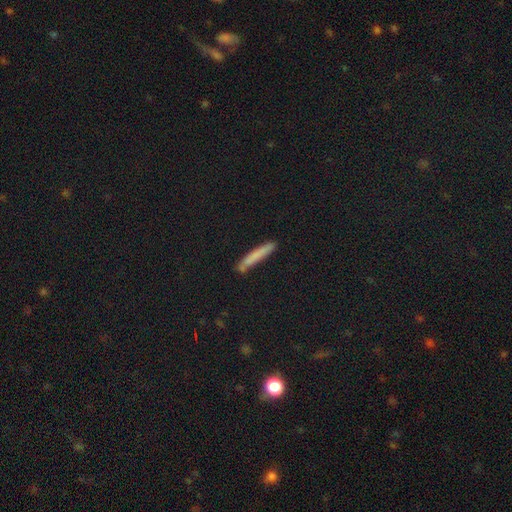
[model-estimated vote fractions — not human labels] Morphology: type=smooth (76%); roundness=cigar-shaped (95%); merging=none (82%).